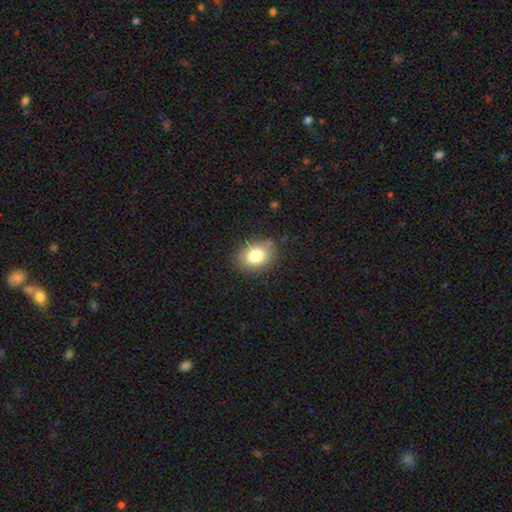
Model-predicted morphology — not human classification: Overall: smooth (81%). How rounded: in between (64%; round 35%). Merging: none (80%).